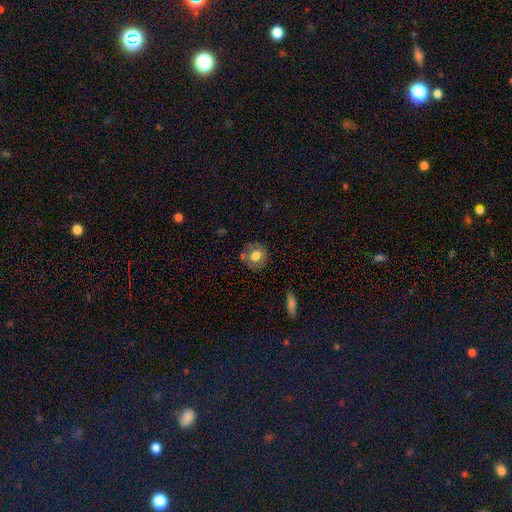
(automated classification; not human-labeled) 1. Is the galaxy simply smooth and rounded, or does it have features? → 65% smooth, 28% featured or disk, 8% star or artifact.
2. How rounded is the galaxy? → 81% round, 18% in between, 1% cigar-shaped.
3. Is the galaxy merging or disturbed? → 77% none, 15% minor disturbance, 4% merger, 4% major disturbance.